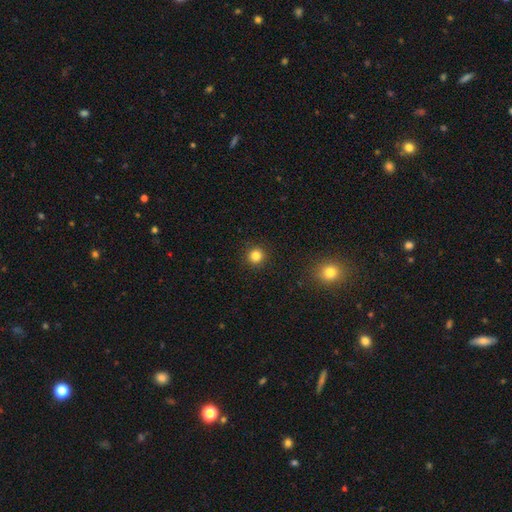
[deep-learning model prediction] The model was most divided on "smooth or featured": smooth: 82%, star or artifact: 13%, featured or disk: 4%. More confident: how rounded — round (95%); merging — none (92%).